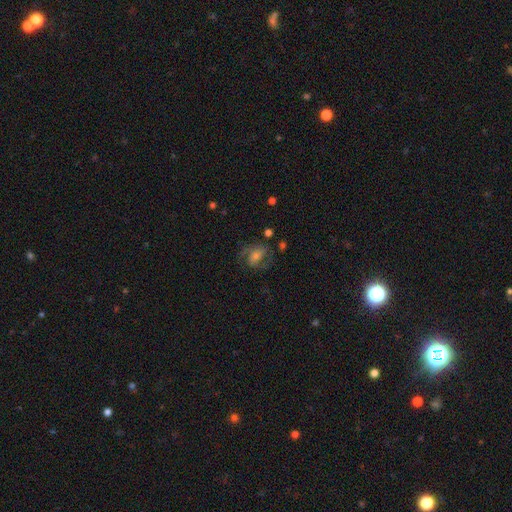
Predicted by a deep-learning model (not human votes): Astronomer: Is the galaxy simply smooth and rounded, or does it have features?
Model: featured or disk — 66%.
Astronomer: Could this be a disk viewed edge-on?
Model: no — 96%.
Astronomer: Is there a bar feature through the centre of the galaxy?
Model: weak — 43% (runner-up: no, 36%).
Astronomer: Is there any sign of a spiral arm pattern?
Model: yes — 89%.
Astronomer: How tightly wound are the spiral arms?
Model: medium — 54%.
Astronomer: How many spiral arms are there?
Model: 2 — 82%.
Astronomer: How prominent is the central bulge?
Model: moderate — 37%, tied with small at 37%.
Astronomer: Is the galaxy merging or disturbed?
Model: none — 64%.